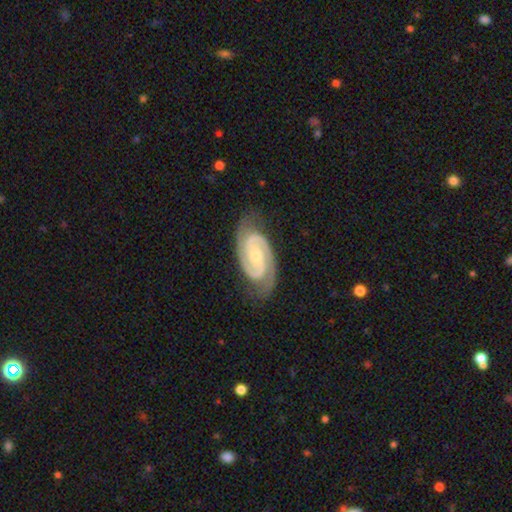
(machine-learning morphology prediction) featured or disk 93%, star or artifact 4%, smooth 3%. Down the decision tree: edge-on disk — no (98%); bar — no (45%); spiral arms — yes (99%); spiral arm count — 2 (93%); spiral winding — tight (59%); bulge size — small (60%); merging — none (81%).